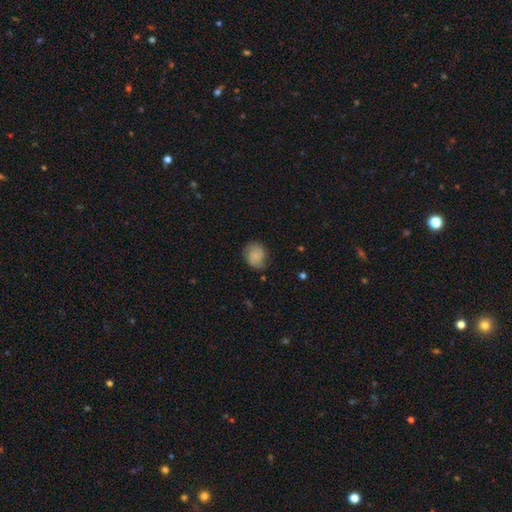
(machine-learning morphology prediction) Smooth or featured? Predicted: smooth (p=0.65). How rounded? Predicted: round (p=0.63). Merging? Predicted: none (p=0.68).